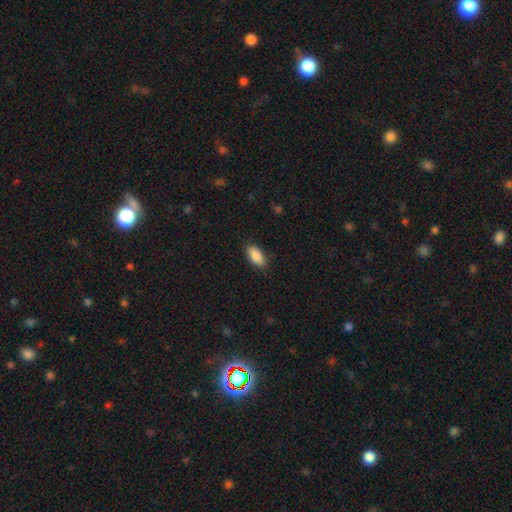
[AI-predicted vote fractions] Smooth or featured? Predicted: smooth (p=0.88). How rounded? Predicted: in between (p=0.90). Merging? Predicted: none (p=0.87).